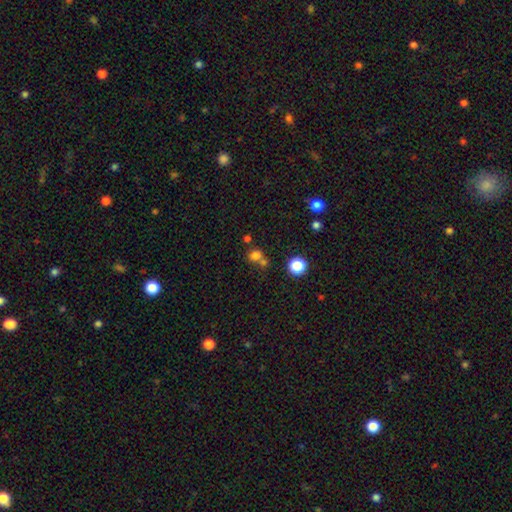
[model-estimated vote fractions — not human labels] Q: Smooth or featured?
A: smooth (74%); runner-up: star or artifact (18%)
Q: How rounded?
A: round (80%); runner-up: in between (19%)
Q: Merging?
A: none (52%); runner-up: merger (36%)